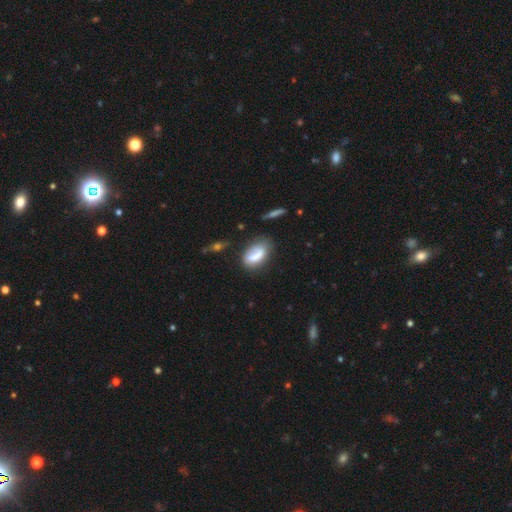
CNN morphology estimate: smooth 66%, featured or disk 25%, star or artifact 8%. Down the decision tree: how rounded — in between (87%); merging — none (52%).